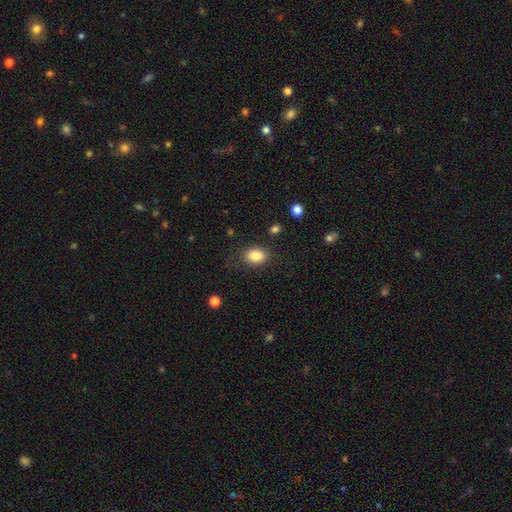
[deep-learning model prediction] Smooth or featured?
  - smooth: 84% *
  - star or artifact: 9%
  - featured or disk: 7%
How rounded?
  - in between: 74% *
  - round: 25%
  - cigar-shaped: 1%
Merging?
  - none: 81% *
  - minor disturbance: 13%
  - major disturbance: 4%
  - merger: 2%